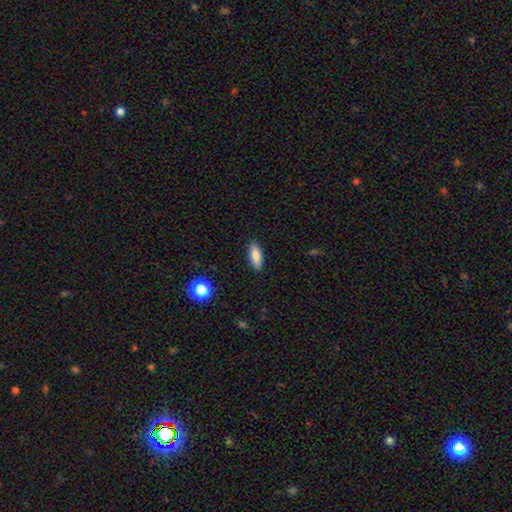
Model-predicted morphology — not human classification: smooth-or-featured: smooth: 85% | featured or disk: 8% | star or artifact: 7%
  how-rounded: in between: 69% | cigar-shaped: 28% | round: 2%
  merging: none: 89% | minor disturbance: 8% | major disturbance: 2% | merger: 1%